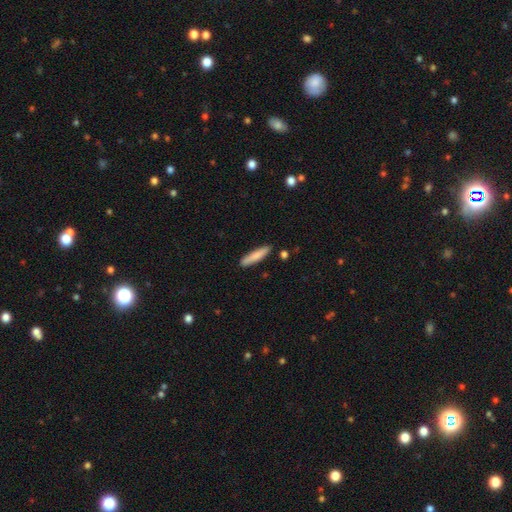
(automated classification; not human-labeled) This is clearly a smooth galaxy (80%). How rounded: clearly cigar-shaped (85%). Merging: clearly none (86%).